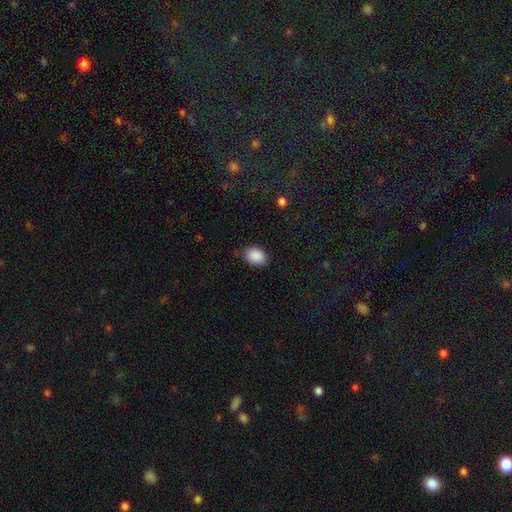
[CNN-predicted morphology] type=smooth (90%); roundness=in between (71%); merging=none (82%).